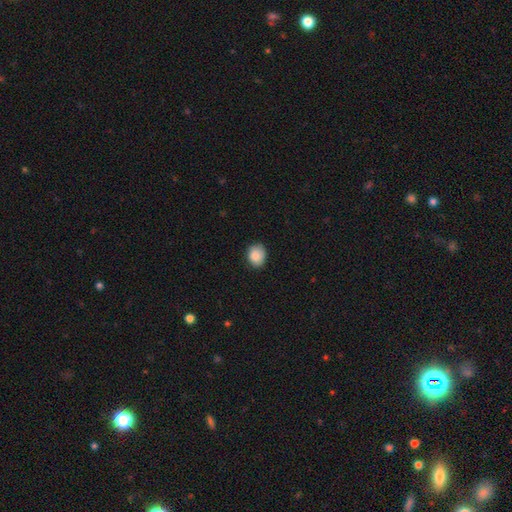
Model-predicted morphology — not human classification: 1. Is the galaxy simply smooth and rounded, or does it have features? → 87% smooth, 8% star or artifact, 5% featured or disk.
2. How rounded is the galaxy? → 54% round, 45% in between, 1% cigar-shaped.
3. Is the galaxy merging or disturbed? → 78% none, 18% minor disturbance, 3% major disturbance, 1% merger.